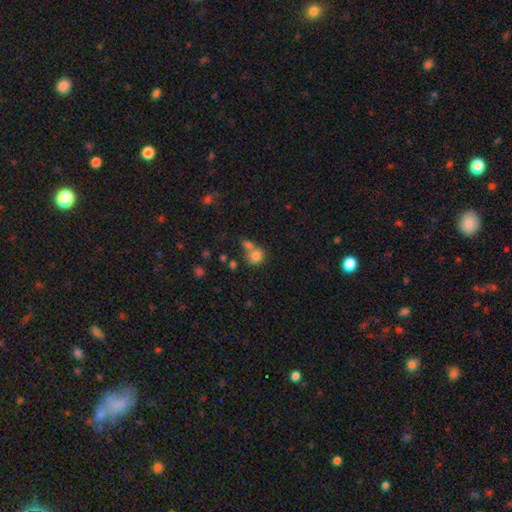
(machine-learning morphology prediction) Smooth or featured? smooth (80%)
How rounded? round (66%)
Merging? merger (44%)